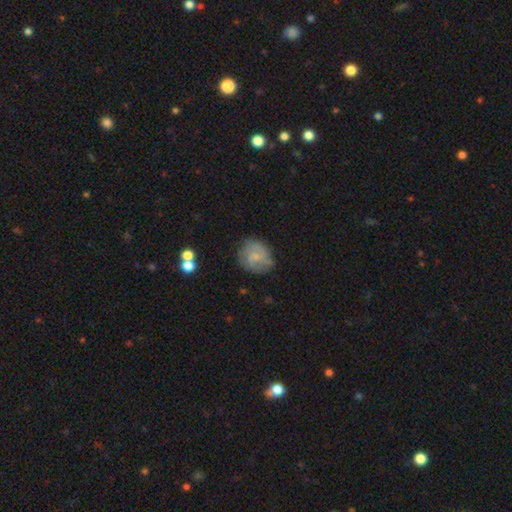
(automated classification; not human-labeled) Smooth or featured?
  - featured or disk: 61% *
  - smooth: 32%
  - star or artifact: 7%
Edge-on disk?
  - no: 98% *
  - yes: 2%
Bar?
  - no: 56% *
  - weak: 39%
  - strong: 5%
Spiral arms?
  - yes: 86% *
  - no: 14%
Spiral winding?
  - tight: 47% *
  - medium: 39%
  - loose: 14%
Spiral arm count?
  - 2: 44% *
  - can't tell: 30%
  - 3: 15%
  - 4: 4%
  - 1: 4%
  - more than 4: 3%
Bulge size?
  - small: 64% *
  - moderate: 21%
  - none: 13%
  - large: 1%
  - dominant: 1%
Merging?
  - none: 72% *
  - minor disturbance: 19%
  - major disturbance: 7%
  - merger: 2%